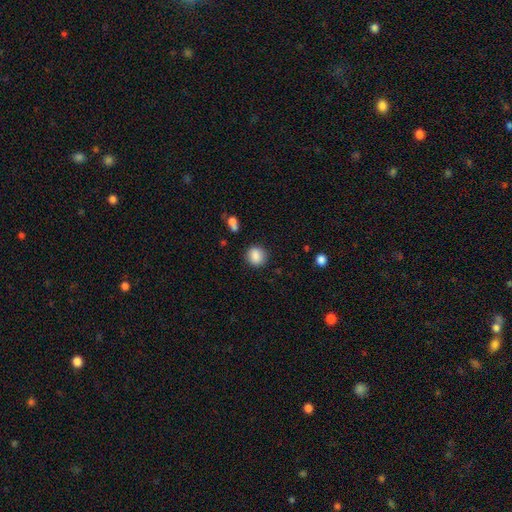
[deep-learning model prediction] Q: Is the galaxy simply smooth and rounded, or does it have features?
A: smooth — 86%.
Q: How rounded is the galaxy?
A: round — 80%.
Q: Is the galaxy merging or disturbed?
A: none — 86%.